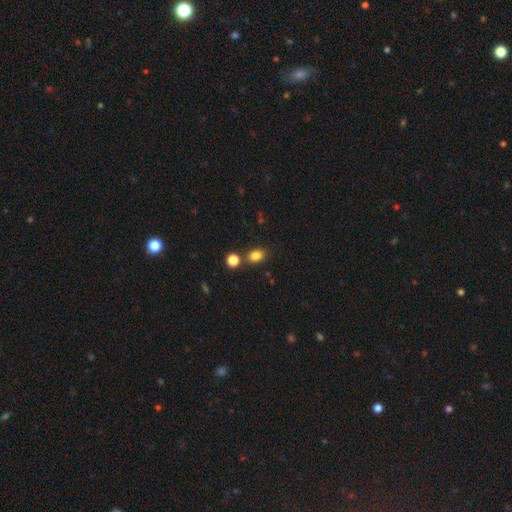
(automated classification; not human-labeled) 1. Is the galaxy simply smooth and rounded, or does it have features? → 82% smooth, 12% star or artifact, 6% featured or disk.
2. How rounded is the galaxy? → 65% in between, 33% round, 1% cigar-shaped.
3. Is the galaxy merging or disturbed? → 73% none, 13% merger, 11% minor disturbance, 3% major disturbance.